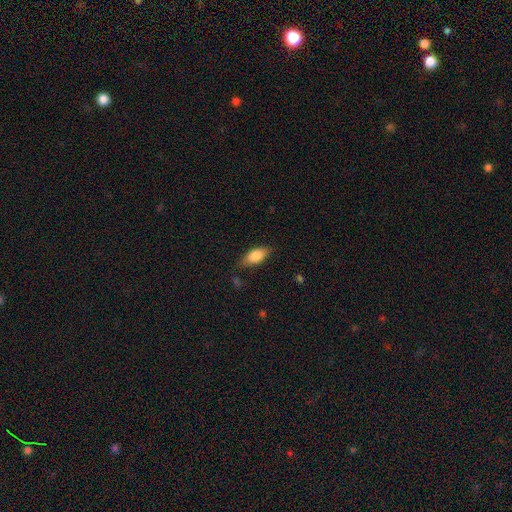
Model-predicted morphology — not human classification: smooth-or-featured: smooth: 81% | featured or disk: 12% | star or artifact: 7%
  how-rounded: in between: 86% | cigar-shaped: 11% | round: 3%
  merging: none: 76% | minor disturbance: 19% | major disturbance: 4% | merger: 2%